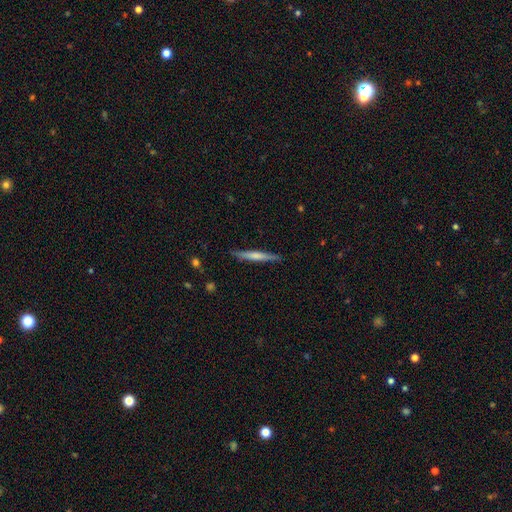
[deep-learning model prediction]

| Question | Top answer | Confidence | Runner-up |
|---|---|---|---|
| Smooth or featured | smooth | 55% | featured or disk (40%) |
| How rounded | cigar-shaped | 96% | in between (3%) |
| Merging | none | 89% | minor disturbance (9%) |